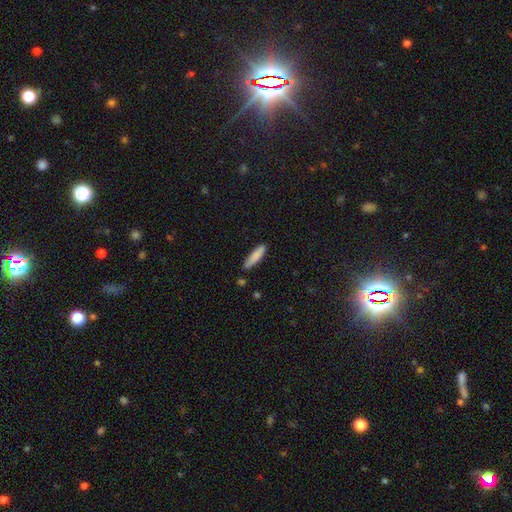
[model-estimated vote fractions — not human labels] Morphology: type=smooth (84%); roundness=cigar-shaped (78%); merging=none (80%).